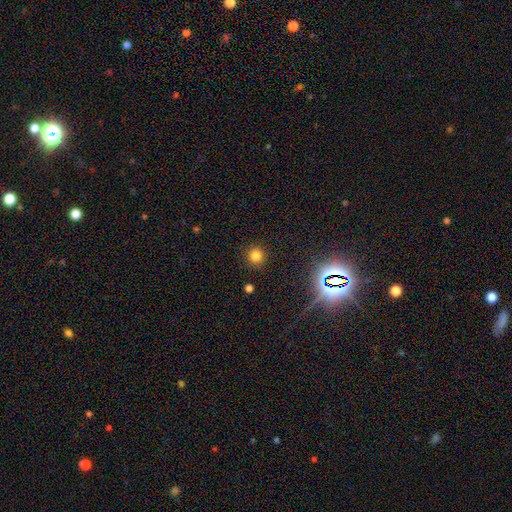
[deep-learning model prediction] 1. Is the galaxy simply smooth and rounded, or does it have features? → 79% smooth, 16% star or artifact, 5% featured or disk.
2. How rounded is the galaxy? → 94% round, 5% in between, 1% cigar-shaped.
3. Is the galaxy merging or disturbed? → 90% none, 6% minor disturbance, 2% major disturbance, 1% merger.